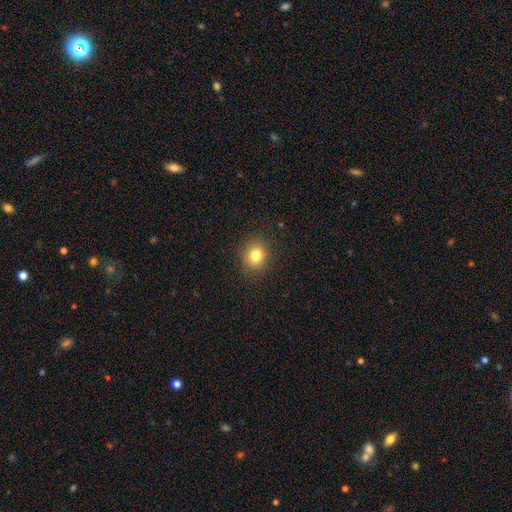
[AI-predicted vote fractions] Morphology: type=smooth (81%); roundness=round (76%); merging=none (88%).